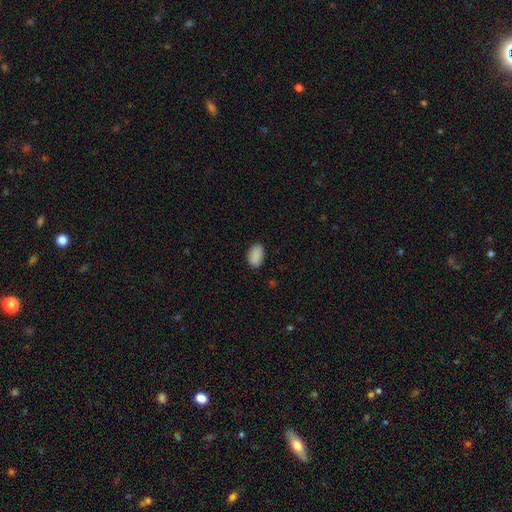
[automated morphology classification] Smooth or featured? Predicted: smooth (p=0.89). How rounded? Predicted: in between (p=0.91). Merging? Predicted: none (p=0.84).